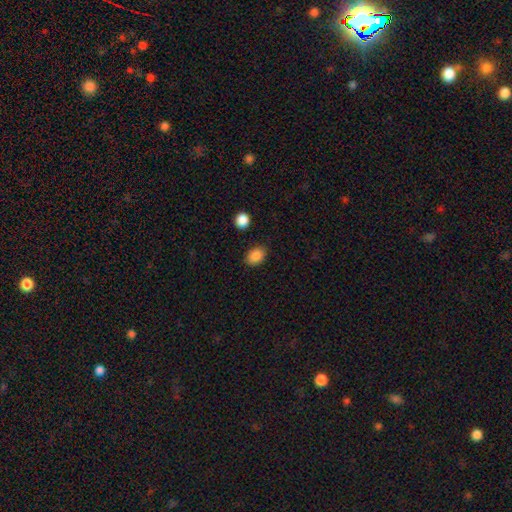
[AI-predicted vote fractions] A smooth galaxy with no disk features (87%) that is in between round and cigar-shaped (78%). Merging: none (85%).